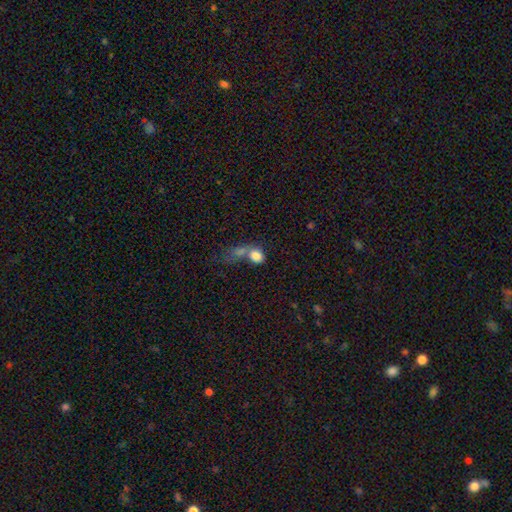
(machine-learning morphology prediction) smooth_or_featured: smooth (p=0.80) [alt: featured or disk p=0.10]
how_rounded: round (p=0.49) [tied with: in between p=0.49]
merging: merger (p=0.55) [alt: none p=0.26]